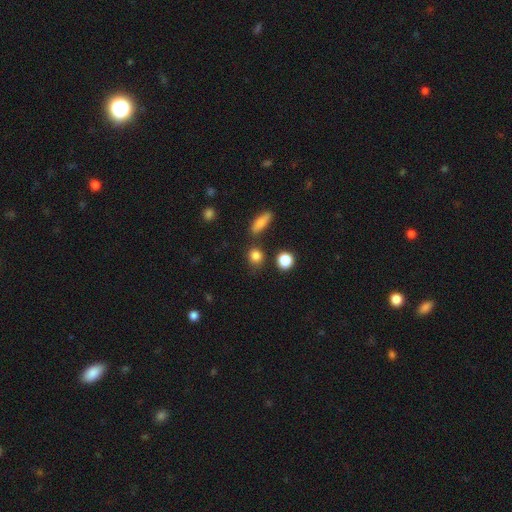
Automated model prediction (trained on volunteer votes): A smooth galaxy with no disk features (83%) that is round (76%). Merging: none (76%).